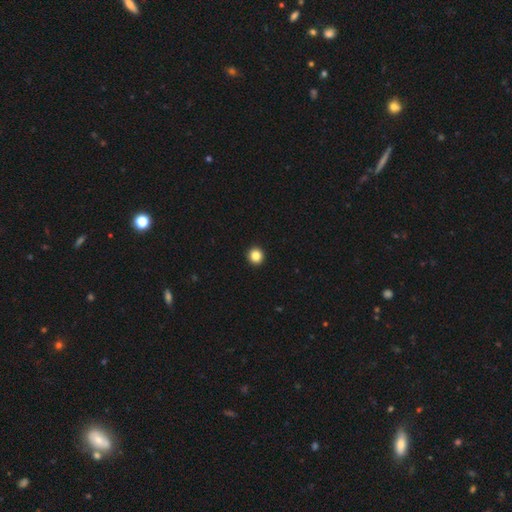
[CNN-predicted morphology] A smooth galaxy with no disk features (85%) that is round (95%).

Vote fractions:
- Smooth or featured? smooth: 85% / star or artifact: 11% / featured or disk: 4%
- How rounded? round: 95% / in between: 4% / cigar-shaped: 1%
- Merging? none: 94% / minor disturbance: 3% / major disturbance: 1% / merger: 1%